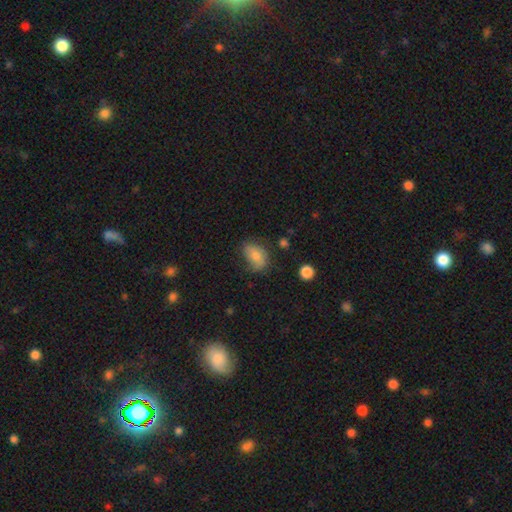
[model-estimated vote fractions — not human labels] Smooth or featured: smooth — 72% (featured or disk — 18%)
How rounded: in between — 84% (round — 14%)
Merging: none — 57% (minor disturbance — 30%)